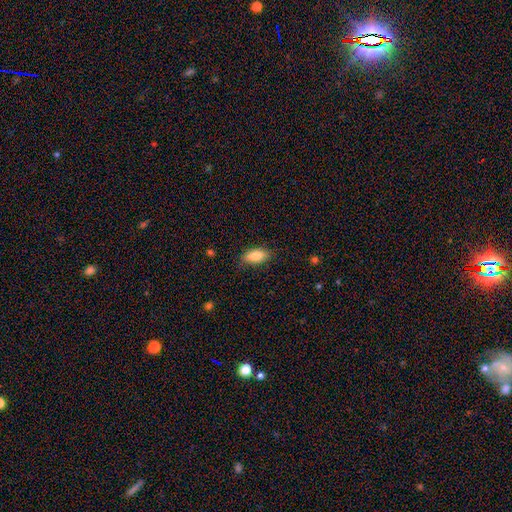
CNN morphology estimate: Q: Smooth or featured?
A: smooth (84%); runner-up: featured or disk (10%)
Q: How rounded?
A: in between (84%); runner-up: cigar-shaped (13%)
Q: Merging?
A: none (81%); runner-up: minor disturbance (15%)